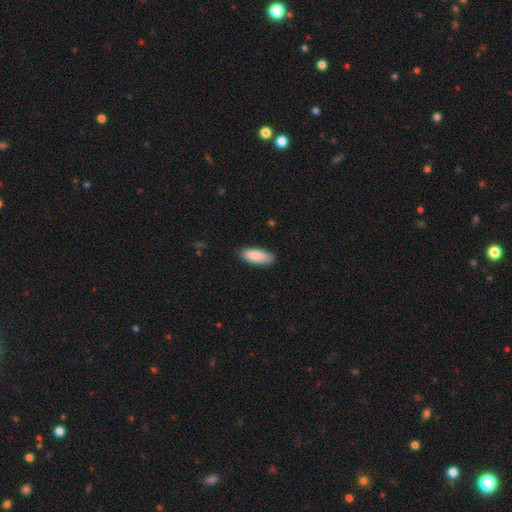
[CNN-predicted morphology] A smooth galaxy with no disk features (85%) that is in between round and cigar-shaped (77%).

Vote fractions:
- Smooth or featured? smooth: 85% / featured or disk: 10% / star or artifact: 6%
- How rounded? in between: 77% / cigar-shaped: 21% / round: 2%
- Merging? none: 83% / minor disturbance: 13% / major disturbance: 2% / merger: 1%